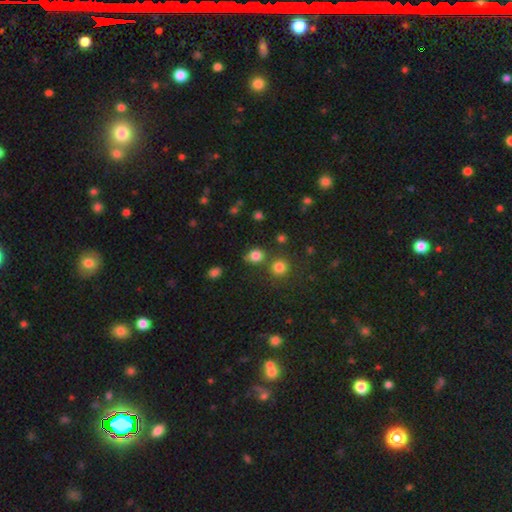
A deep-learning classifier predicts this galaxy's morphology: Overall: smooth (80%). How rounded: round (76%). Merging: none (70%).